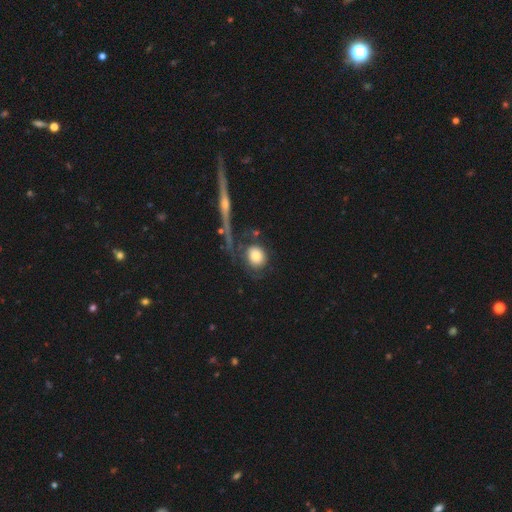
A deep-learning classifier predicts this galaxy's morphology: Smooth or featured?
  - smooth: 76% *
  - featured or disk: 16%
  - star or artifact: 8%
How rounded?
  - round: 75% *
  - in between: 22%
  - cigar-shaped: 3%
Merging?
  - none: 59% *
  - minor disturbance: 17%
  - merger: 12%
  - major disturbance: 11%